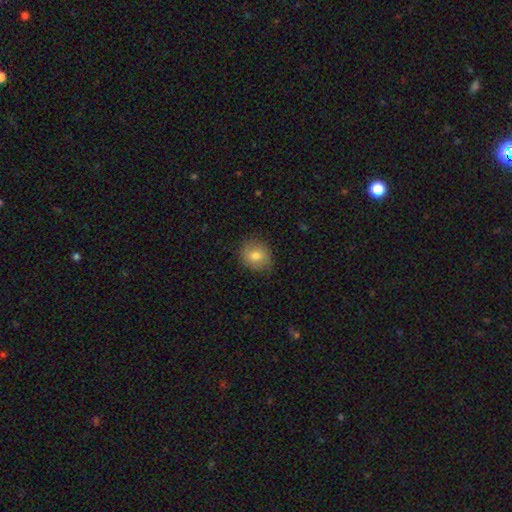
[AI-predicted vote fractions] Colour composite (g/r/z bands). It shows a smooth galaxy with no disk features (75%) that is round (75%). Merging: none (80%).